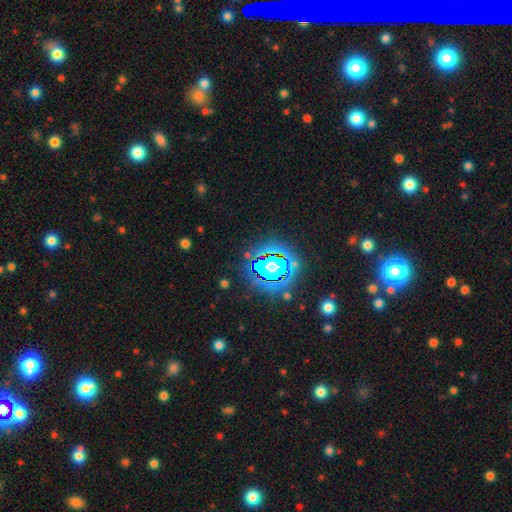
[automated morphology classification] star or artifact 81%, smooth 12%, featured or disk 8%.